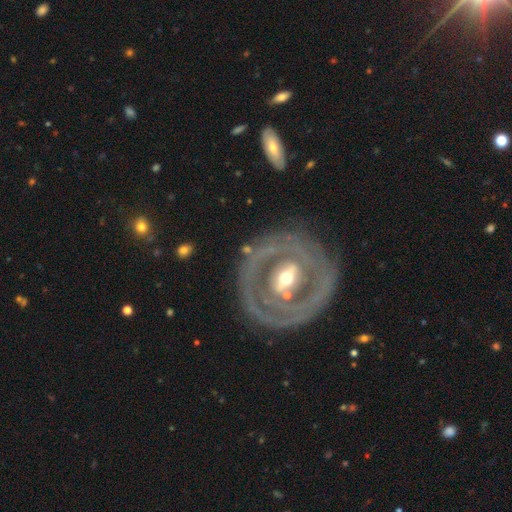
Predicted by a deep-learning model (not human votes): featured or disk 79%, smooth 15%, star or artifact 6%. Down the decision tree: edge-on disk — no (95%); bar — no (36%); spiral arms — no (50%, tied with yes); bulge size — moderate (63%); merging — none (75%).